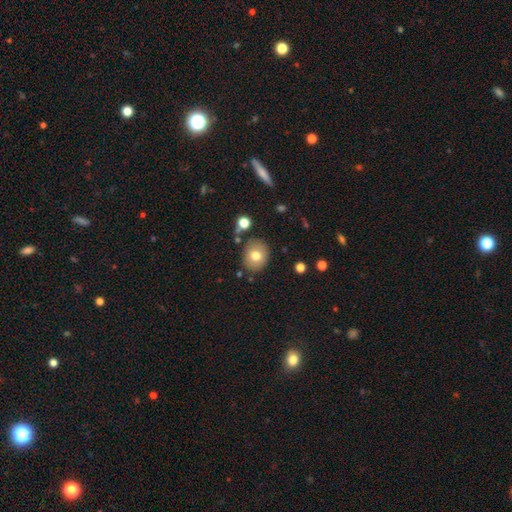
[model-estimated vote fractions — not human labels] This is likely a smooth galaxy (74%). How rounded: likely round (70%). Merging: clearly none (82%).